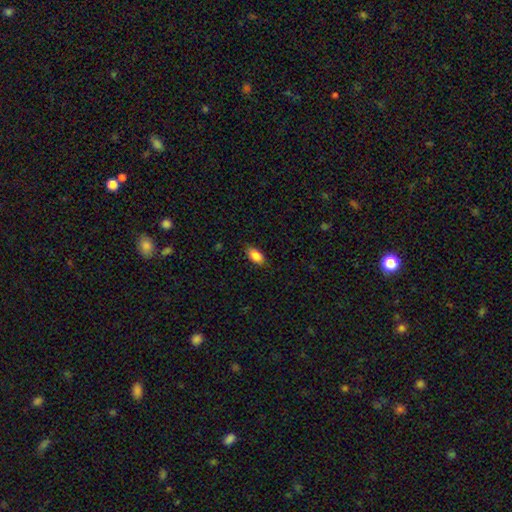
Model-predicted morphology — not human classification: type=smooth (87%); roundness=in between (91%); merging=none (83%).